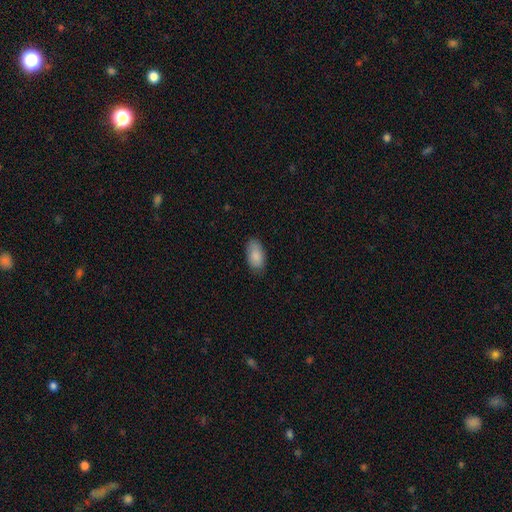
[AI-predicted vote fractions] Morphology: type=smooth (88%); roundness=in between (94%); merging=none (82%).